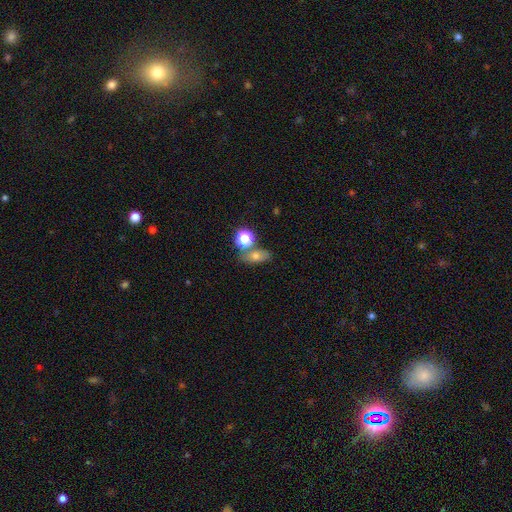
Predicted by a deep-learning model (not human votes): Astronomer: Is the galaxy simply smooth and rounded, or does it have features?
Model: smooth — 65%.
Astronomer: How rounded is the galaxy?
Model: in between — 68%.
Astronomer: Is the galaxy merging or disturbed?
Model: none — 64%.